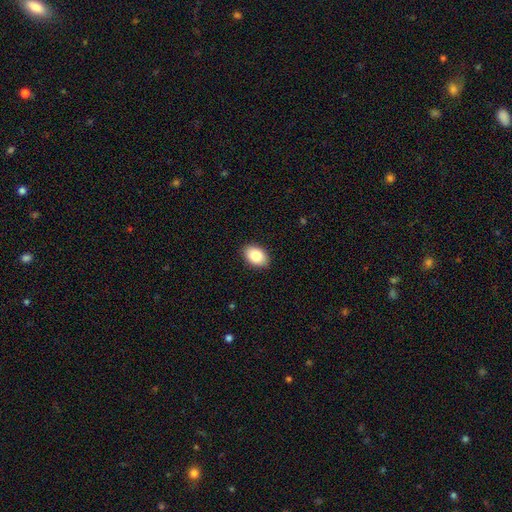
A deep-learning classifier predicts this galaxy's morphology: A smooth galaxy with no disk features (85%) that is in between round and cigar-shaped (87%). Merging: none (90%).